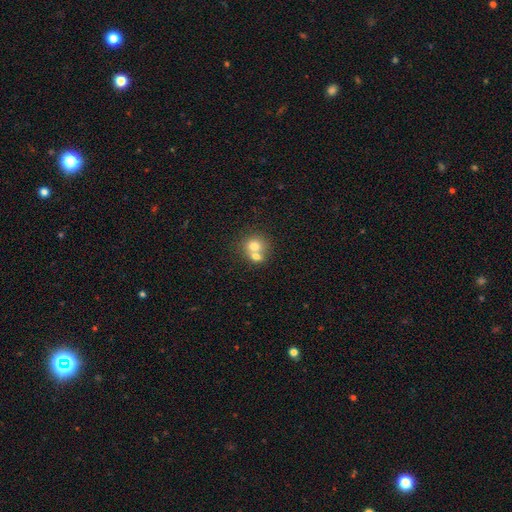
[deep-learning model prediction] Smooth or featured?
  - smooth: 64% *
  - featured or disk: 20%
  - star or artifact: 17%
How rounded?
  - round: 83% *
  - in between: 16%
  - cigar-shaped: 1%
Merging?
  - merger: 50% *
  - none: 42%
  - minor disturbance: 6%
  - major disturbance: 3%